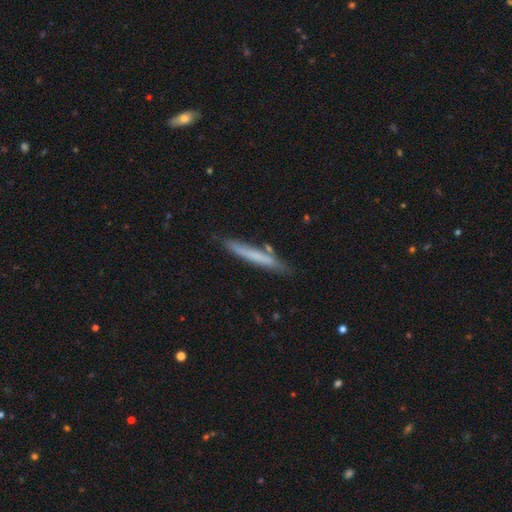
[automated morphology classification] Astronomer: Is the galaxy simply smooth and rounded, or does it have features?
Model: smooth — 60%.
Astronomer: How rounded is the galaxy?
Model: cigar-shaped — 95%.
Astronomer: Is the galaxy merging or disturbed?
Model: none — 80%.